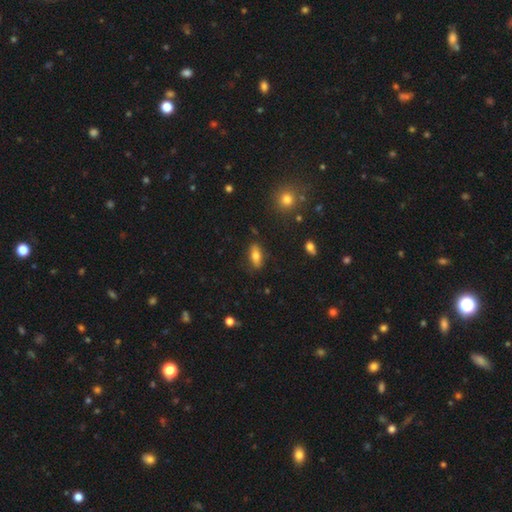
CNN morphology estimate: type=smooth (75%); roundness=in between (80%); merging=none (83%).